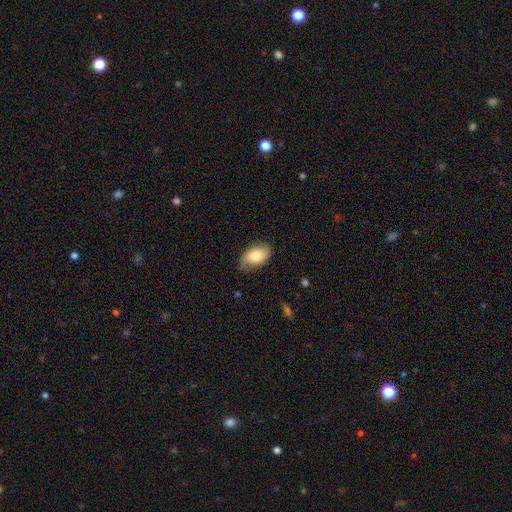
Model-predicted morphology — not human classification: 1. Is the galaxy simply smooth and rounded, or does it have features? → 72% smooth, 22% featured or disk, 7% star or artifact.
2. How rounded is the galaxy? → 93% in between, 6% round, 1% cigar-shaped.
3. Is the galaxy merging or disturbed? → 74% none, 21% minor disturbance, 4% major disturbance, 1% merger.